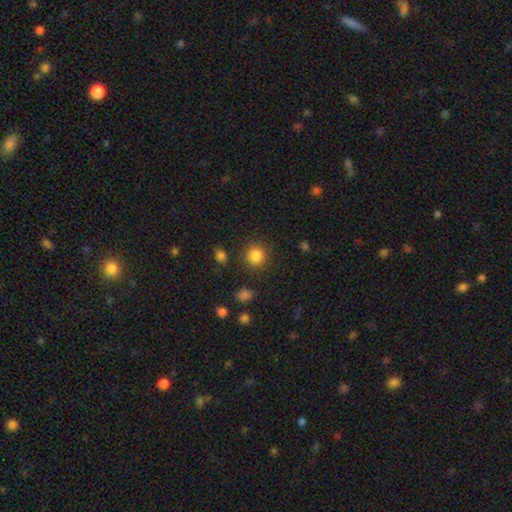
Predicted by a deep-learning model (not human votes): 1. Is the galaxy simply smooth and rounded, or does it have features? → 85% smooth, 11% star or artifact, 4% featured or disk.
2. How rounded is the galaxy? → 91% round, 9% in between, 1% cigar-shaped.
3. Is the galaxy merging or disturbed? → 86% none, 8% minor disturbance, 3% major disturbance, 3% merger.